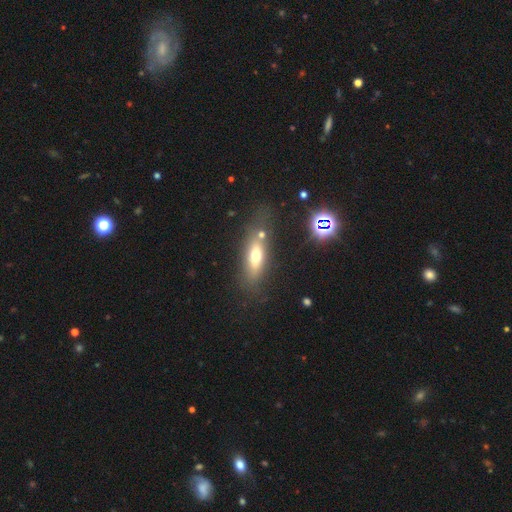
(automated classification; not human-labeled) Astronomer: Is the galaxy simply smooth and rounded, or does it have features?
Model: smooth — 60%.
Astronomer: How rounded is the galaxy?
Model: in between — 58% (runner-up: cigar-shaped, 37%).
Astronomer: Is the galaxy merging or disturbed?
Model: none — 64%.